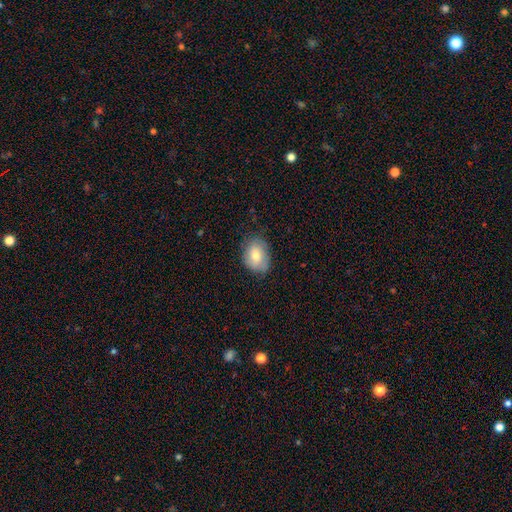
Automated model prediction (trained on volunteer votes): smooth_or_featured: smooth (p=0.72) [alt: featured or disk p=0.20]
how_rounded: in between (p=0.71) [alt: round p=0.28]
merging: none (p=0.71) [alt: minor disturbance p=0.23]